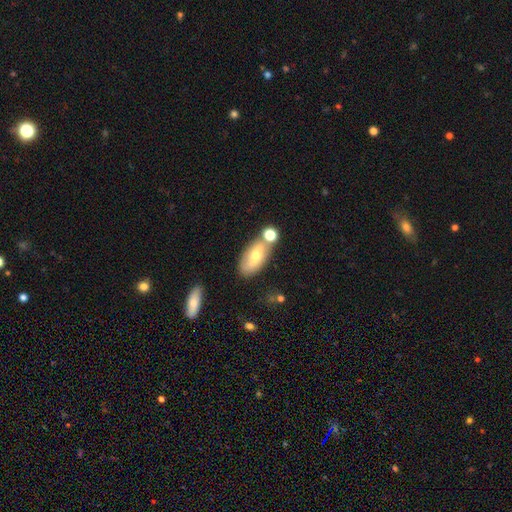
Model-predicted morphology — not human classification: smooth-or-featured: smooth: 55% | featured or disk: 37% | star or artifact: 8%
  how-rounded: in between: 85% | cigar-shaped: 10% | round: 5%
  merging: none: 61% | merger: 19% | minor disturbance: 15% | major disturbance: 4%